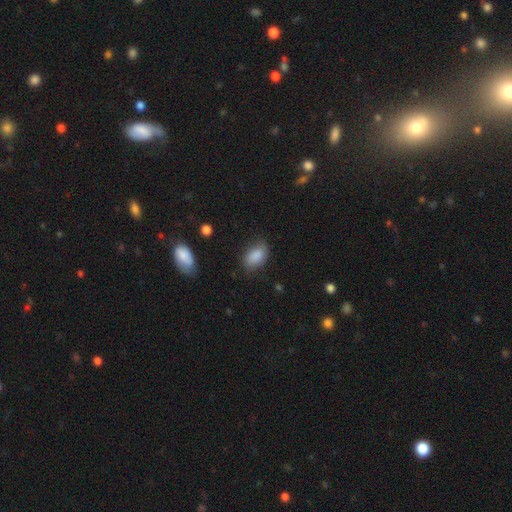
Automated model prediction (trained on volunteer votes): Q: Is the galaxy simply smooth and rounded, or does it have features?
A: smooth — 86%.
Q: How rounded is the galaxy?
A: in between — 89%.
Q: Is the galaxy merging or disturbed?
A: none — 68%.